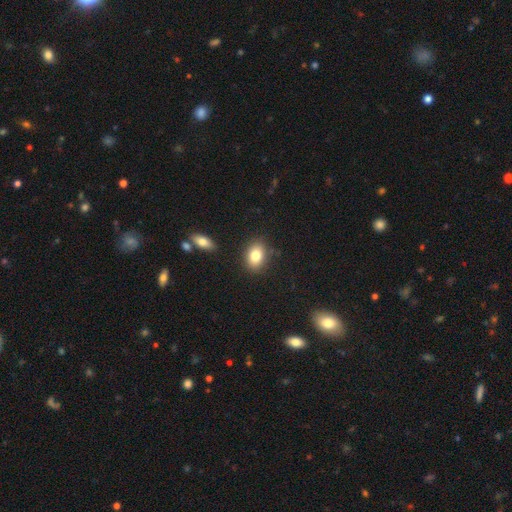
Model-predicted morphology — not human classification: smooth 81%, featured or disk 10%, star or artifact 9%. Down the decision tree: how rounded — in between (74%); merging — none (83%).